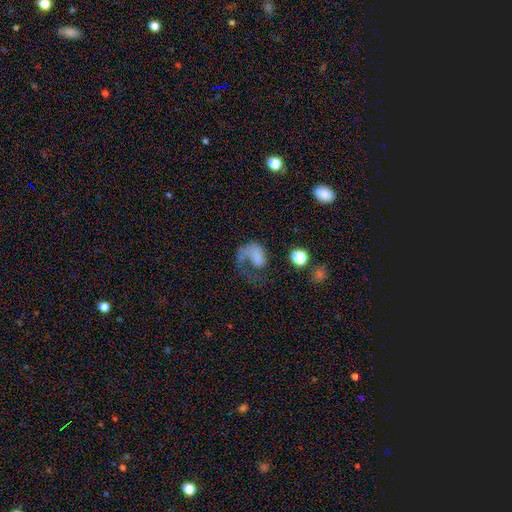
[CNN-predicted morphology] A smooth galaxy with no disk features (49%).

Vote fractions:
- Smooth or featured? smooth: 49% / featured or disk: 40% / star or artifact: 11%
- Merging? major disturbance: 60% / none: 21% / minor disturbance: 13% / merger: 6%